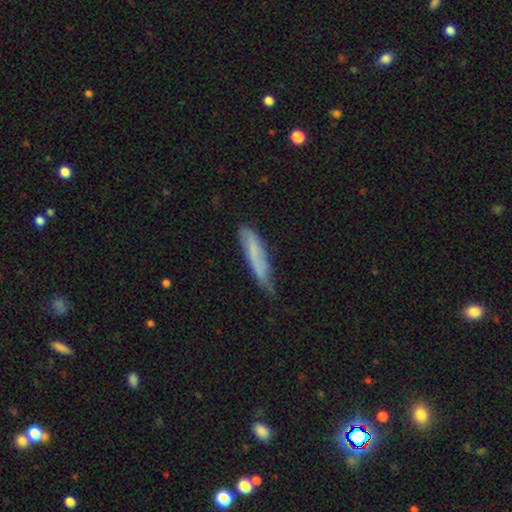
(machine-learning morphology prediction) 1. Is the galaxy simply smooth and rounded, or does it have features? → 60% smooth, 33% featured or disk, 7% star or artifact.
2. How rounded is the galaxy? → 84% cigar-shaped, 14% in between, 2% round.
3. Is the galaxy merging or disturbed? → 46% none, 41% minor disturbance, 11% major disturbance, 3% merger.